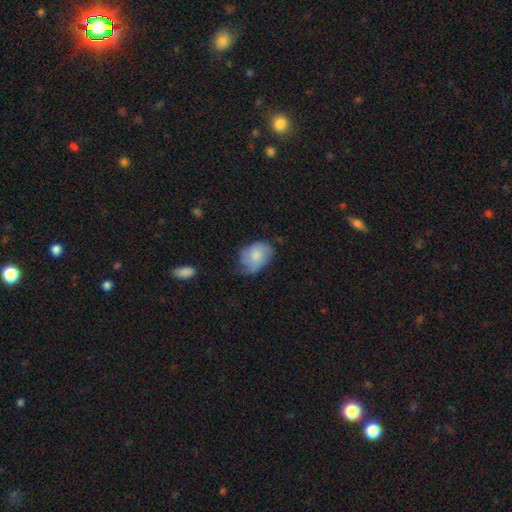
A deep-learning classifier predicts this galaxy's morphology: A smooth galaxy with no disk features (68%) that is in between round and cigar-shaped (74%).

Vote fractions:
- Smooth or featured? smooth: 68% / featured or disk: 25% / star or artifact: 7%
- How rounded? in between: 74% / round: 25% / cigar-shaped: 1%
- Merging? none: 42% / minor disturbance: 40% / major disturbance: 16% / merger: 2%